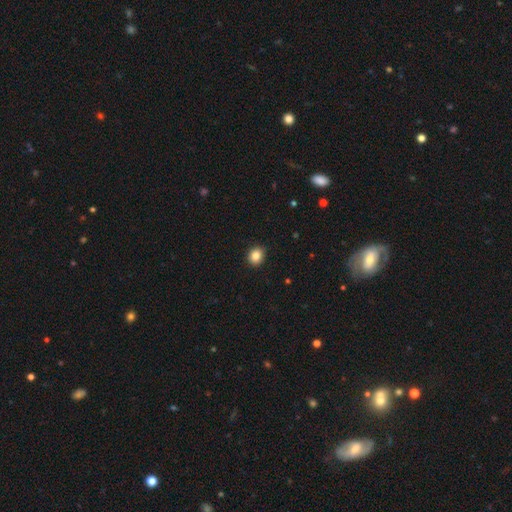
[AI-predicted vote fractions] Smooth or featured? smooth (86%)
How rounded? round (72%)
Merging? none (90%)